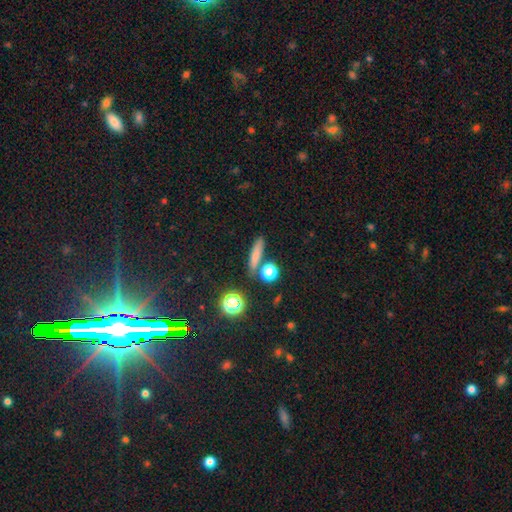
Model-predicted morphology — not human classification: Q: Smooth or featured?
A: smooth (72%); runner-up: star or artifact (15%)
Q: How rounded?
A: cigar-shaped (68%); runner-up: in between (17%)
Q: Merging?
A: none (77%); runner-up: minor disturbance (10%)